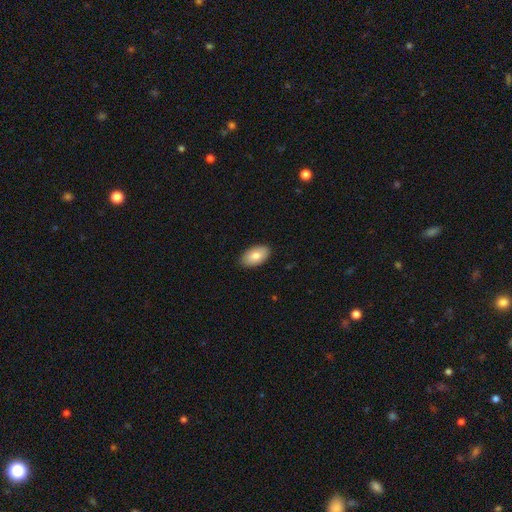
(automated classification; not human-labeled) Smooth or featured? Predicted: smooth (p=0.80). How rounded? Predicted: in between (p=0.95). Merging? Predicted: none (p=0.89).